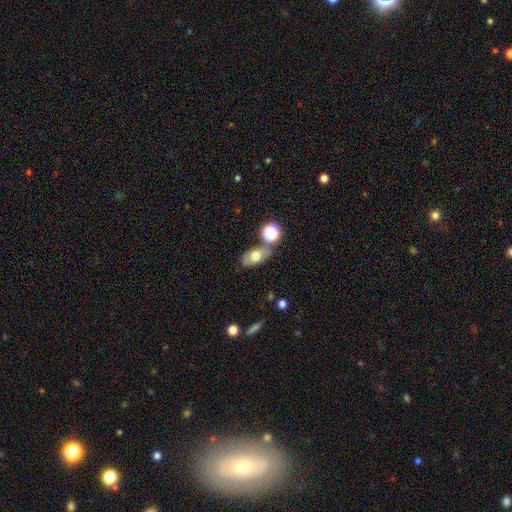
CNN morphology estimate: A smooth galaxy with no disk features (66%) that is in between round and cigar-shaped (86%). Merging: none (68%).